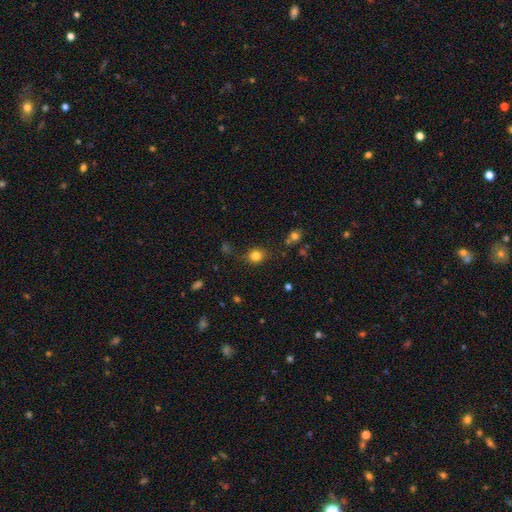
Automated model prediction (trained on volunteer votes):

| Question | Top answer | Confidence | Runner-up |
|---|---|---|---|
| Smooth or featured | smooth | 81% | star or artifact (13%) |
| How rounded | round | 72% | in between (27%) |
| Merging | none | 79% | minor disturbance (14%) |